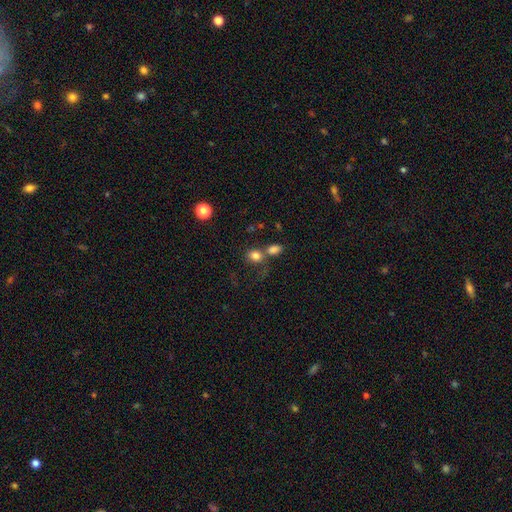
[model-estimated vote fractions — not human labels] A smooth galaxy with no disk features (80%) that is round (50%). Merging: none (43%).